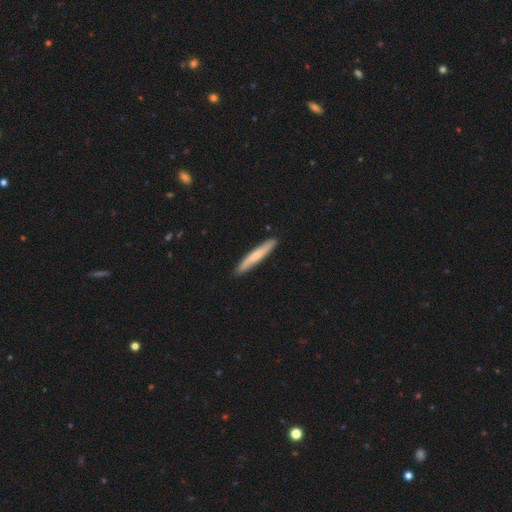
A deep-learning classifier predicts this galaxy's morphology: Smooth or featured? smooth (59%)
How rounded? cigar-shaped (94%)
Merging? none (90%)